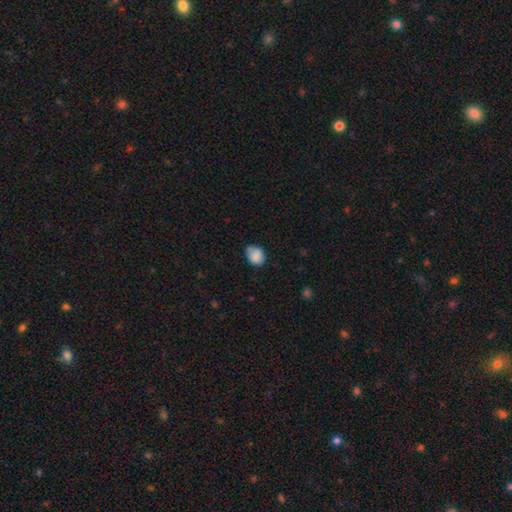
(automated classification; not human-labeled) The model was most divided on "how rounded": round: 54%, in between: 46%, cigar-shaped: 1%. More confident: smooth or featured — smooth (84%); merging — none (60%).